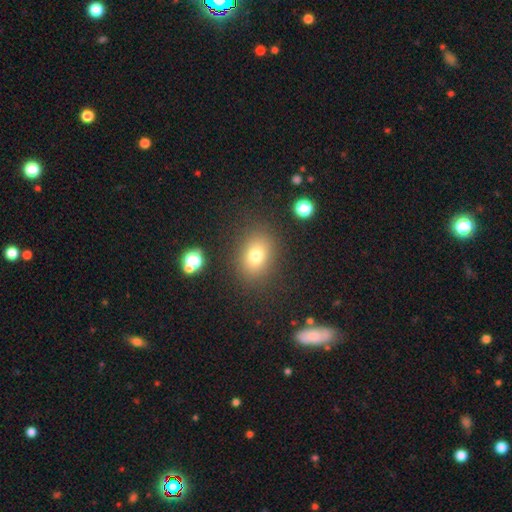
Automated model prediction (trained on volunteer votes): Smooth or featured? Predicted: smooth (p=0.75). How rounded? Predicted: in between (p=0.59). Merging? Predicted: none (p=0.84).